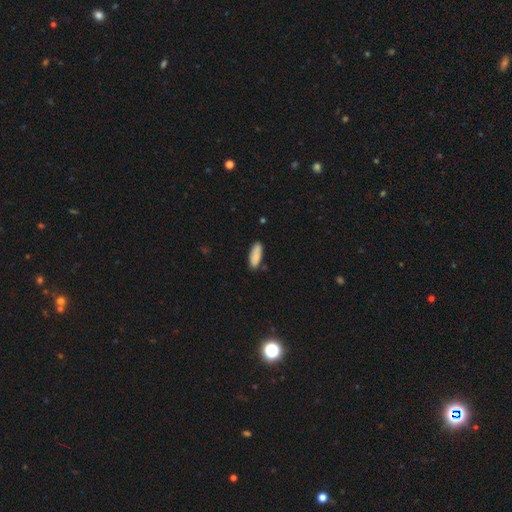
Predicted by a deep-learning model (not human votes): Smooth or featured? Predicted: smooth (p=0.87). How rounded? Predicted: in between (p=0.66). Merging? Predicted: none (p=0.82).